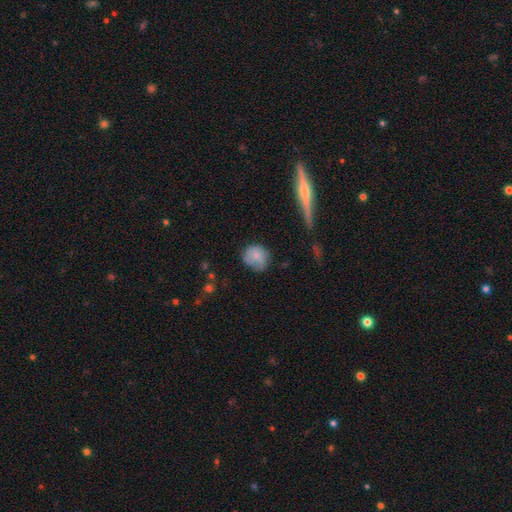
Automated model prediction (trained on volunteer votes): This is likely a smooth galaxy (75%). How rounded: likely round (77%). Merging: possibly none (56%).